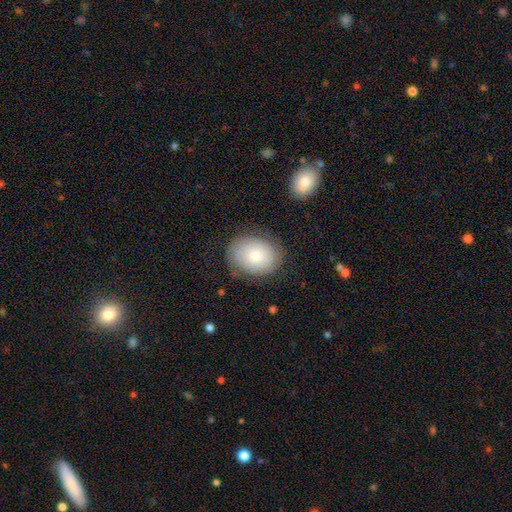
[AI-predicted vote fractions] Smooth or featured? smooth (74%)
How rounded? in between (59%)
Merging? none (77%)